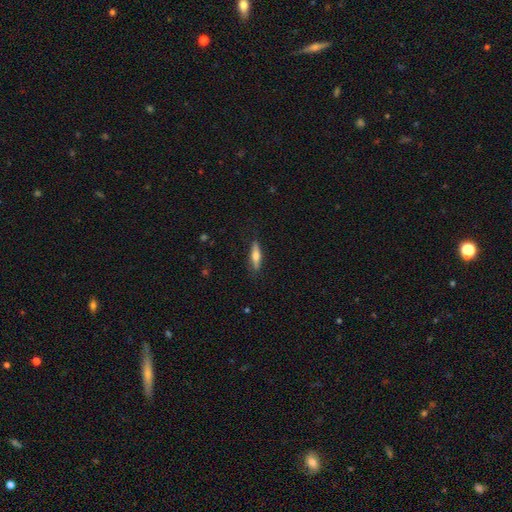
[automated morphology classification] Smooth or featured? Predicted: smooth (p=0.53). How rounded? Predicted: cigar-shaped (p=0.76). Merging? Predicted: none (p=0.86).